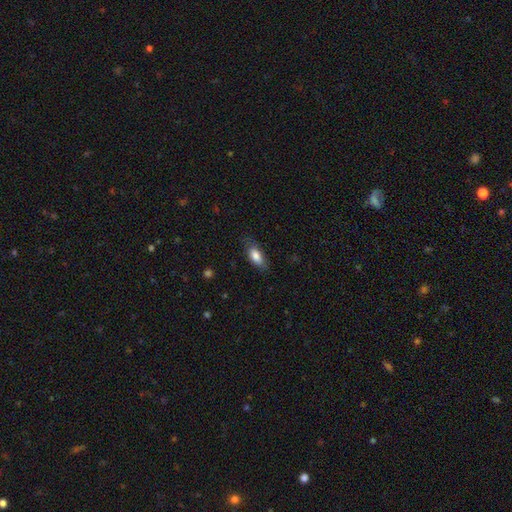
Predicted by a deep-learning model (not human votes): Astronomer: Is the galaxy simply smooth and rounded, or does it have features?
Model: smooth — 81%.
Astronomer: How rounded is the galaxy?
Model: in between — 81%.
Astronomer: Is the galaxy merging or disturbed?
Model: none — 76%.